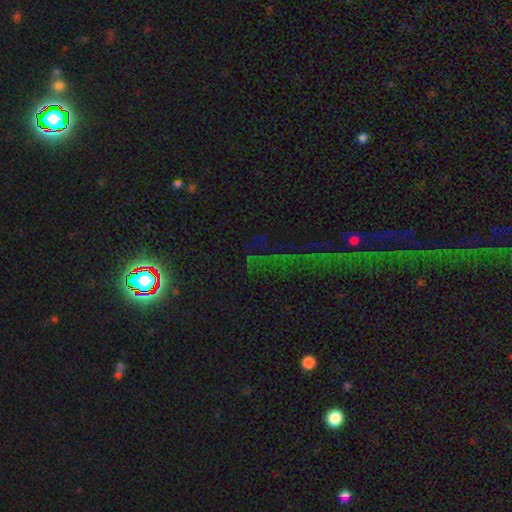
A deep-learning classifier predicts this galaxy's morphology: This is likely a star or artifact rather than a galaxy (79%).